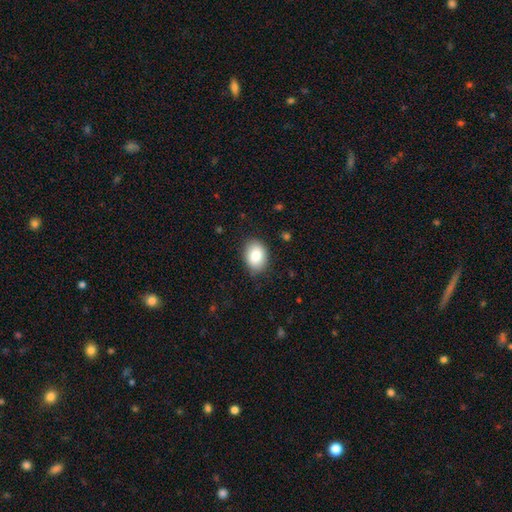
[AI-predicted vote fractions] Morphology: type=smooth (85%); roundness=in between (71%); merging=none (84%).